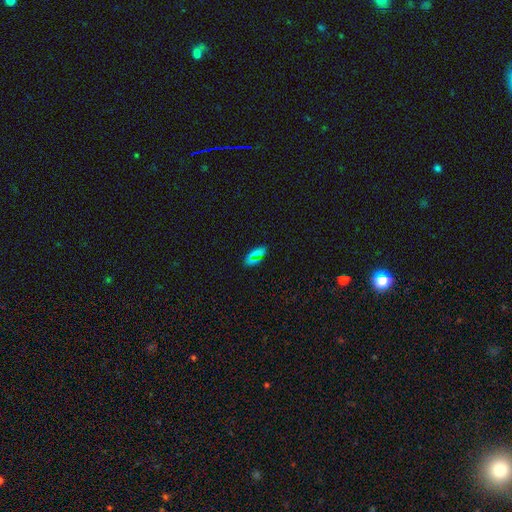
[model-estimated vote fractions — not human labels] smooth-or-featured: smooth: 63% | star or artifact: 26% | featured or disk: 12%
  how-rounded: in between: 84% | cigar-shaped: 11% | round: 5%
  merging: none: 82% | minor disturbance: 12% | major disturbance: 3% | merger: 3%